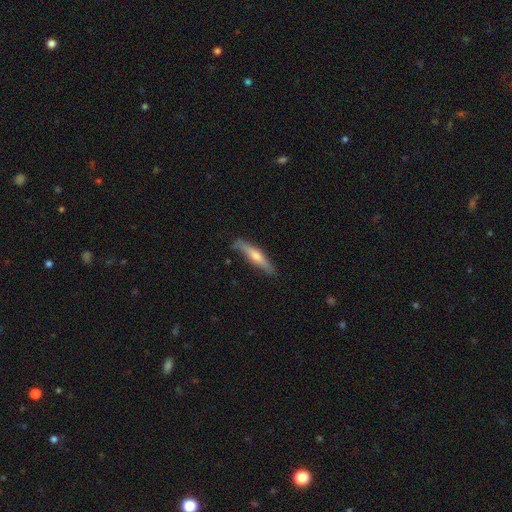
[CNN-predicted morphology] Smooth or featured?
  - featured or disk: 52% *
  - smooth: 42%
  - star or artifact: 6%
Edge-on disk?
  - yes: 91% *
  - no: 9%
Merging?
  - none: 81% *
  - minor disturbance: 15%
  - major disturbance: 3%
  - merger: 1%